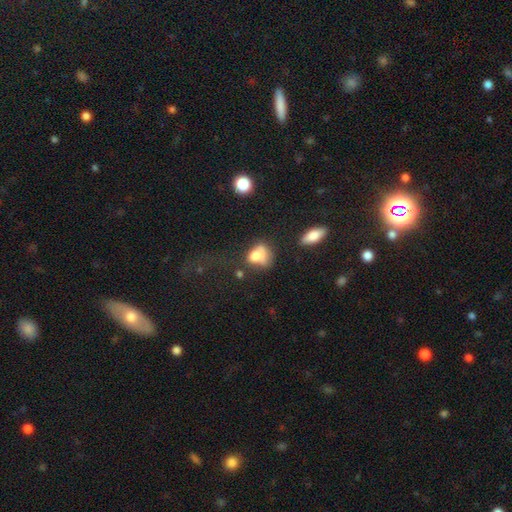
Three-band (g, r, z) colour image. It shows a smooth galaxy with no disk features (76%) that is in between round and cigar-shaped (52%). Merging: none (28%).